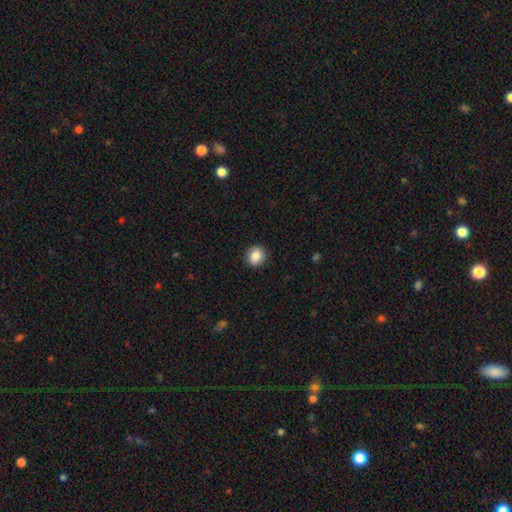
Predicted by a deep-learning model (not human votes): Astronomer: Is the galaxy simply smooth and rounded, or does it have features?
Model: smooth — 86%.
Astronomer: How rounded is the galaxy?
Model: round — 79%.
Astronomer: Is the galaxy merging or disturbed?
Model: none — 90%.